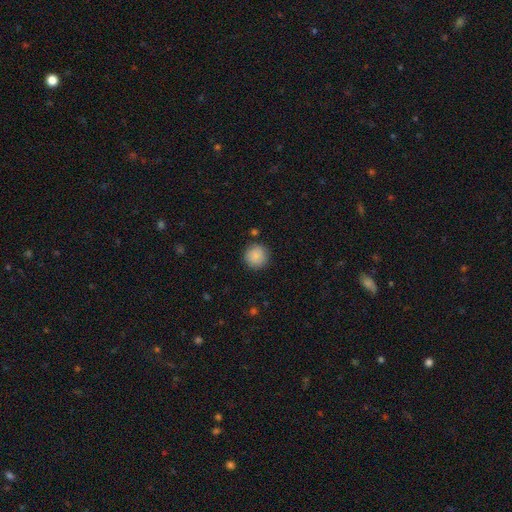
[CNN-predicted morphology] A smooth galaxy with no disk features (88%) that is round (95%).

Vote fractions:
- Smooth or featured? smooth: 88% / star or artifact: 8% / featured or disk: 4%
- How rounded? round: 95% / in between: 4% / cigar-shaped: 1%
- Merging? none: 88% / minor disturbance: 8% / major disturbance: 2% / merger: 2%